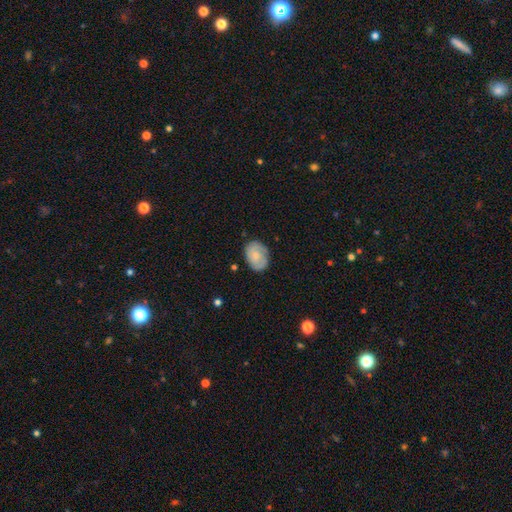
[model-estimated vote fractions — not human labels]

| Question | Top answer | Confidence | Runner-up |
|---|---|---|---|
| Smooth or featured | smooth | 57% | featured or disk (36%) |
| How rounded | in between | 75% | round (24%) |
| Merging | none | 76% | minor disturbance (18%) |